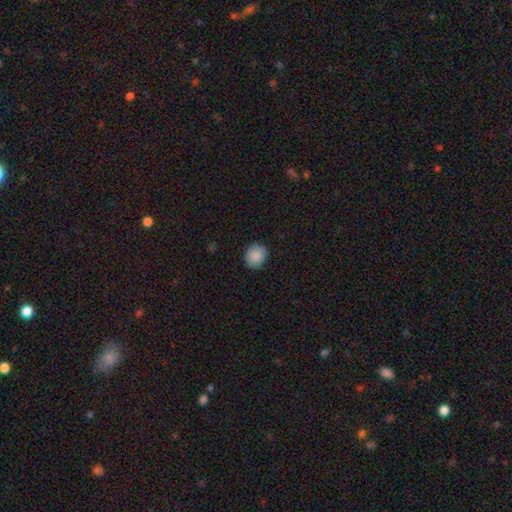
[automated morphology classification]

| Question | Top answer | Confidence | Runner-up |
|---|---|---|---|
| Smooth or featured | smooth | 88% | star or artifact (8%) |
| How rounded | round | 74% | in between (25%) |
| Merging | none | 87% | minor disturbance (10%) |